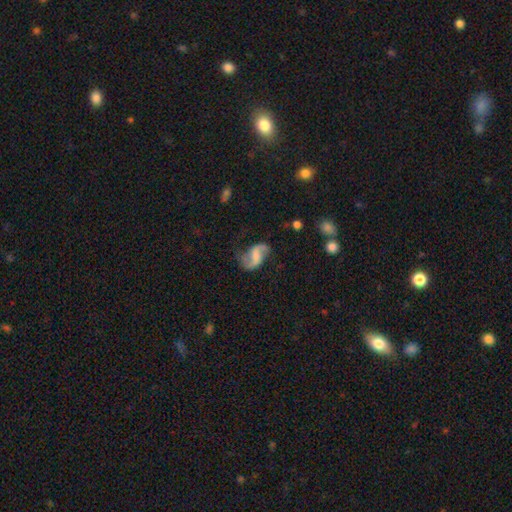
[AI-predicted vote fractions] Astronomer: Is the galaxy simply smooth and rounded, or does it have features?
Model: featured or disk — 83%.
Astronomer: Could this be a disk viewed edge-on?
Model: no — 98%.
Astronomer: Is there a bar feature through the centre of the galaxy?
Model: weak — 48% (runner-up: no, 29%).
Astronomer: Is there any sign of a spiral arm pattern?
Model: yes — 95%.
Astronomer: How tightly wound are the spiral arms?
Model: loose — 65%.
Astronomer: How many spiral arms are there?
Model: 2 — 92%.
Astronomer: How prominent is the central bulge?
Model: none — 43% (runner-up: small, 25%).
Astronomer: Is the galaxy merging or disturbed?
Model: none — 70%.